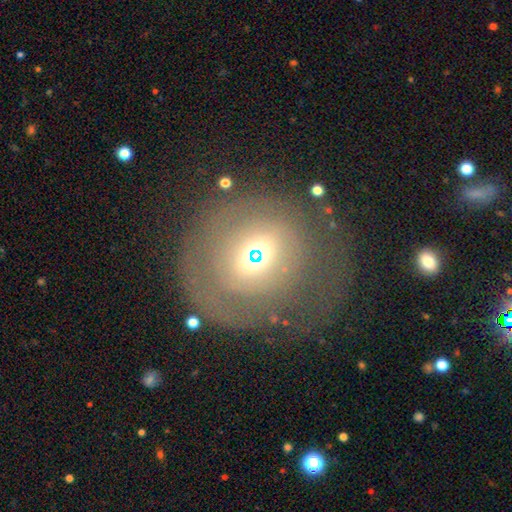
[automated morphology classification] type=featured or disk (45%); merging=none (50%).